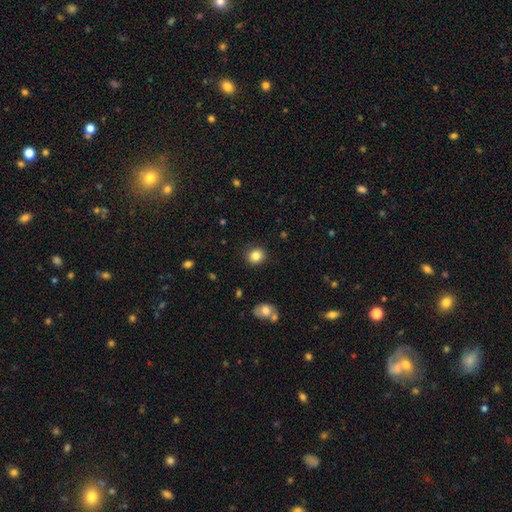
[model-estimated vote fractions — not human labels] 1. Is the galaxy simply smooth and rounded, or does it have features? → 84% smooth, 10% star or artifact, 6% featured or disk.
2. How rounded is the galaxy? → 80% round, 19% in between, 1% cigar-shaped.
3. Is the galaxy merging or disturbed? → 88% none, 8% minor disturbance, 2% major disturbance, 1% merger.